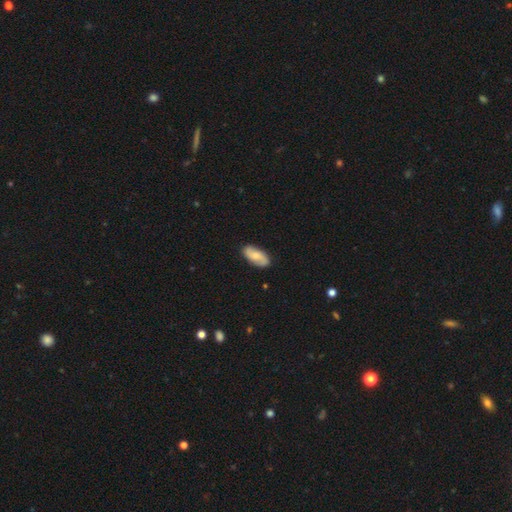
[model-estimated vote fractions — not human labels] smooth 51%, featured or disk 43%, star or artifact 6%. Down the decision tree: how rounded — in between (90%); merging — none (84%).